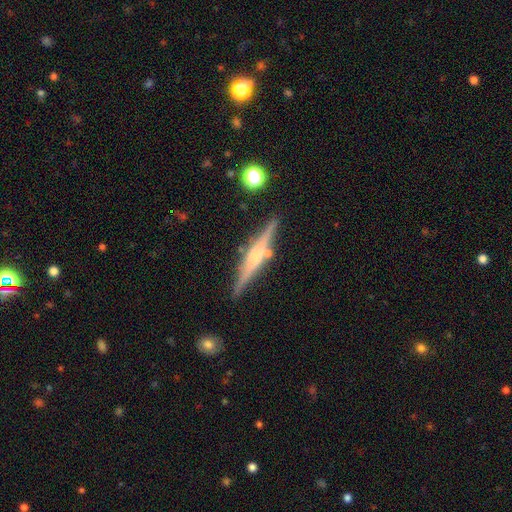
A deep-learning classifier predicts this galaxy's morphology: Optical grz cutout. It shows a featured or disk galaxy (74%) viewed edge-on (97%) with a rounded central bulge (72%). Merging: none (85%).